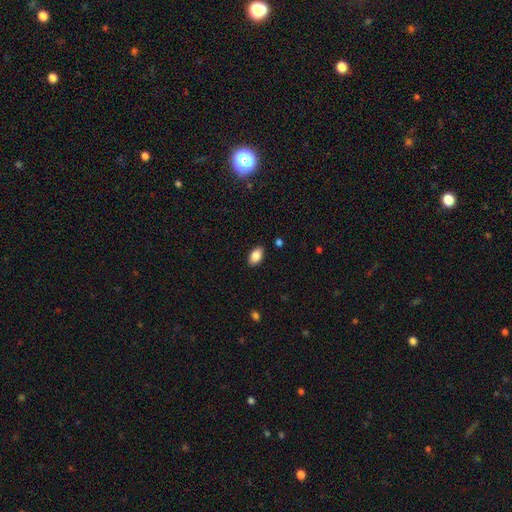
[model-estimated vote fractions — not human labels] Morphology: type=smooth (86%); roundness=in between (93%); merging=none (88%).